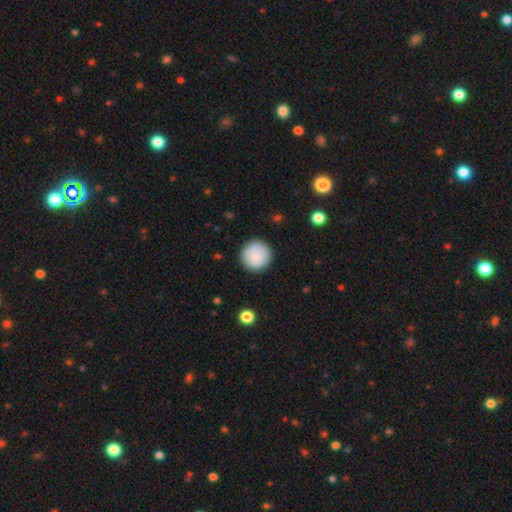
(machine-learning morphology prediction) Q: Smooth or featured?
A: smooth (87%); runner-up: star or artifact (7%)
Q: How rounded?
A: round (95%); runner-up: in between (4%)
Q: Merging?
A: none (90%); runner-up: minor disturbance (7%)